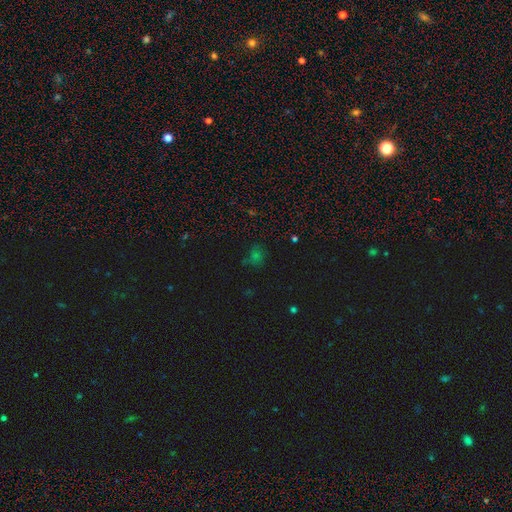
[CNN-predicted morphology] smooth 46%, star or artifact 45%, featured or disk 9%. Down the decision tree: merging — none (73%).